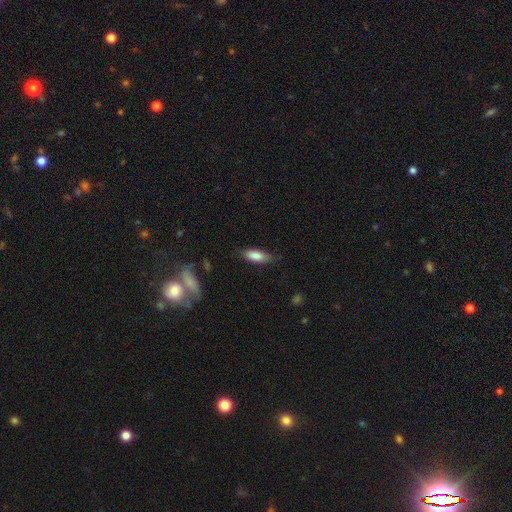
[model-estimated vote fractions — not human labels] smooth 83%, featured or disk 11%, star or artifact 6%. Down the decision tree: how rounded — in between (66%); merging — none (73%).